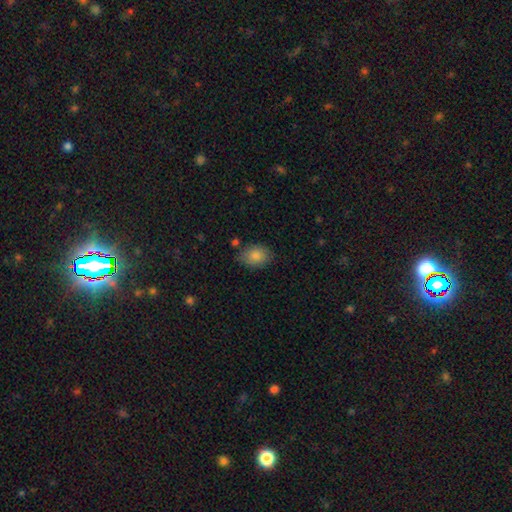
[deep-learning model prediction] A smooth galaxy with no disk features (86%) that is in between round and cigar-shaped (75%). Merging: none (76%).